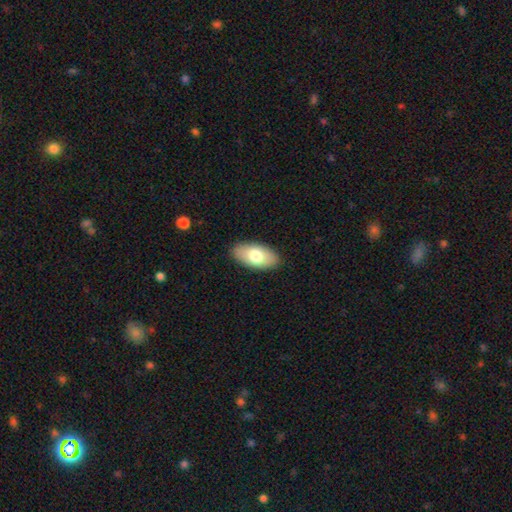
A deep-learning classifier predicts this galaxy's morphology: A smooth galaxy with no disk features (74%) that is in between round and cigar-shaped (94%). Merging: none (89%).